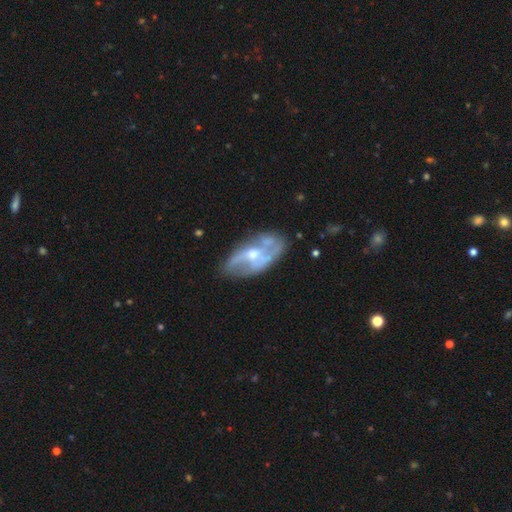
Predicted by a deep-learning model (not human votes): A featured or disk galaxy (78%) with no bar (62%), 2 (46%) loose (41%) spiral arms (75%) and a moderate central bulge (59%). Merging: none (58%).